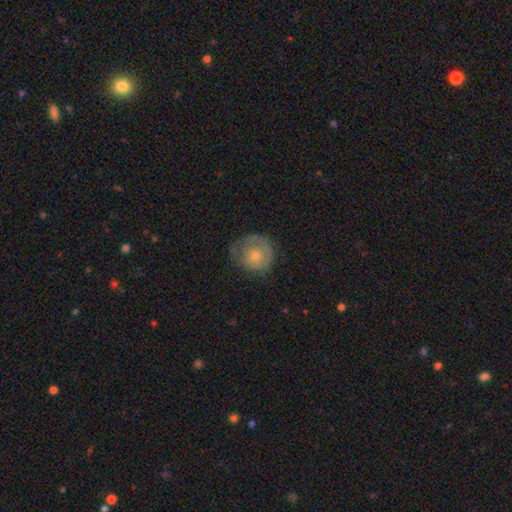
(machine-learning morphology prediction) This is possibly a smooth galaxy (55%). How rounded: clearly round (87%). Merging: possibly none (57%).